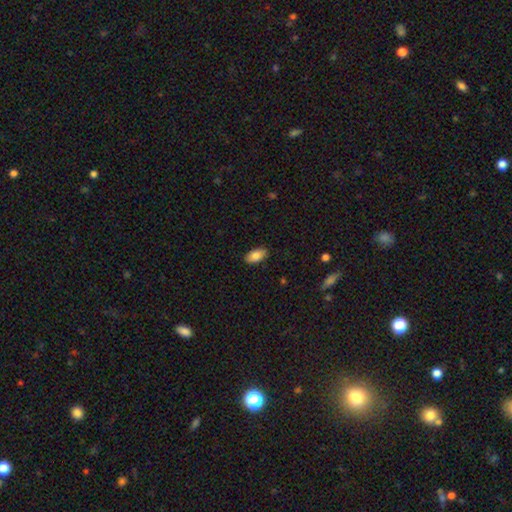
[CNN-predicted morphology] smooth_or_featured: smooth (p=0.85) [alt: featured or disk p=0.08]
how_rounded: in between (p=0.93) [alt: cigar-shaped p=0.04]
merging: none (p=0.89) [alt: minor disturbance p=0.09]